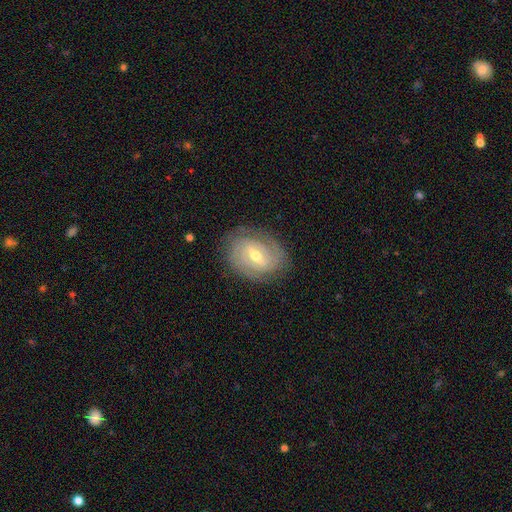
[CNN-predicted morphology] featured or disk 83%, smooth 11%, star or artifact 6%. Down the decision tree: edge-on disk — no (96%); bar — weak (50%); spiral arms — yes (91%); spiral arm count — 2 (47%); spiral winding — tight (72%); bulge size — moderate (64%); merging — none (80%).